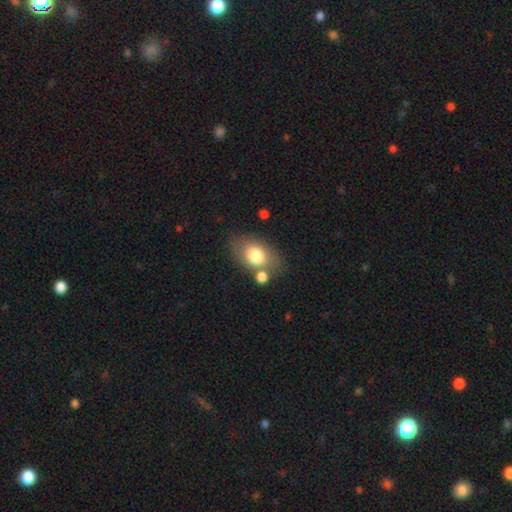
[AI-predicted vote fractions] The model was most divided on "merging": none: 62%, merger: 17%, minor disturbance: 15%, major disturbance: 6%. More confident: how rounded — in between (79%); smooth or featured — smooth (76%).